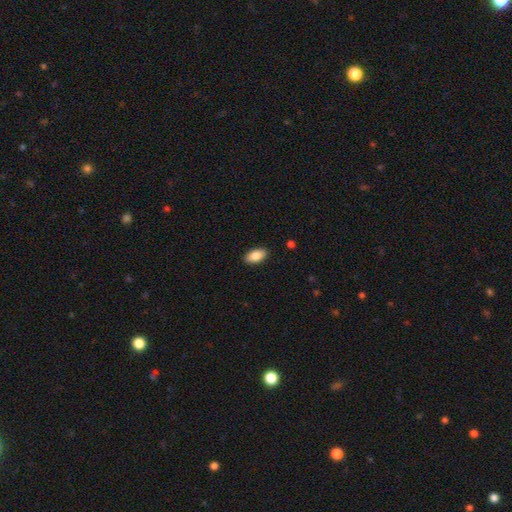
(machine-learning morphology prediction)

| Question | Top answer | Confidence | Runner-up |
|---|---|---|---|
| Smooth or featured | smooth | 87% | featured or disk (7%) |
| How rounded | in between | 93% | cigar-shaped (4%) |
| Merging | none | 89% | minor disturbance (8%) |